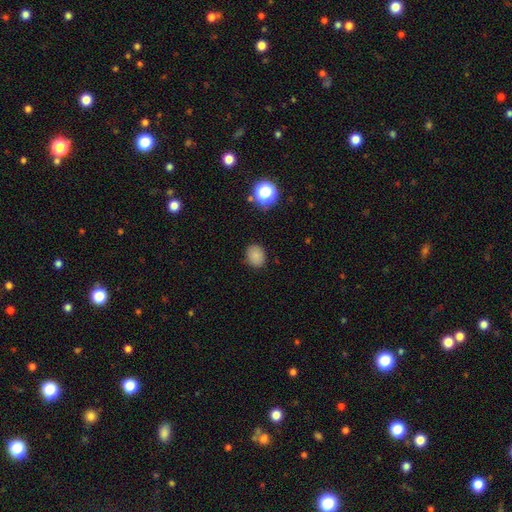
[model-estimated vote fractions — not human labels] Smooth or featured?
  - smooth: 82% *
  - star or artifact: 13%
  - featured or disk: 5%
How rounded?
  - round: 59% *
  - in between: 41%
  - cigar-shaped: 1%
Merging?
  - none: 84% *
  - minor disturbance: 11%
  - major disturbance: 3%
  - merger: 1%